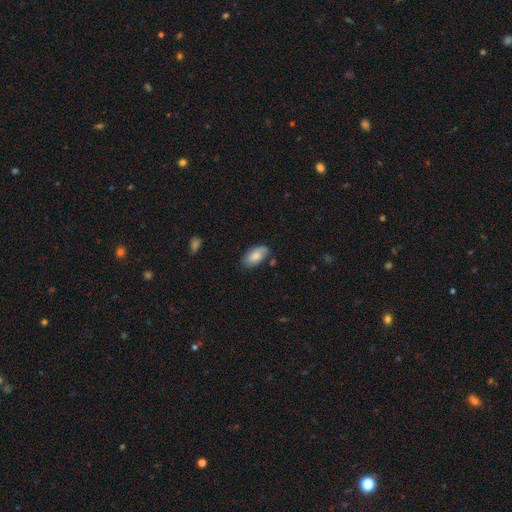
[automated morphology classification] This is likely a smooth galaxy (78%). How rounded: clearly in between (94%). Merging: likely none (72%).